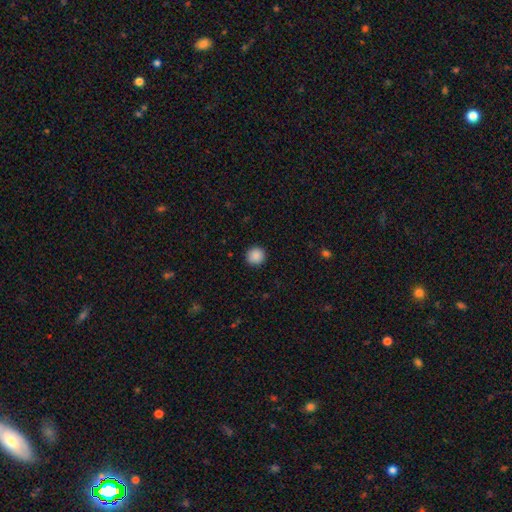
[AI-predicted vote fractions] Smooth or featured?
  - smooth: 89% *
  - star or artifact: 9%
  - featured or disk: 2%
How rounded?
  - round: 95% *
  - in between: 4%
  - cigar-shaped: 1%
Merging?
  - none: 92% *
  - minor disturbance: 5%
  - major disturbance: 2%
  - merger: 1%